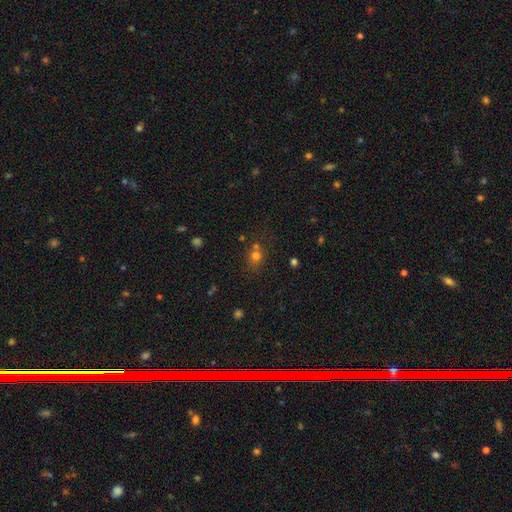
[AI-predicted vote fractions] smooth_or_featured: smooth (p=0.70) [alt: star or artifact p=0.20]
how_rounded: round (p=0.78) [alt: in between p=0.21]
merging: none (p=0.59) [alt: merger p=0.24]